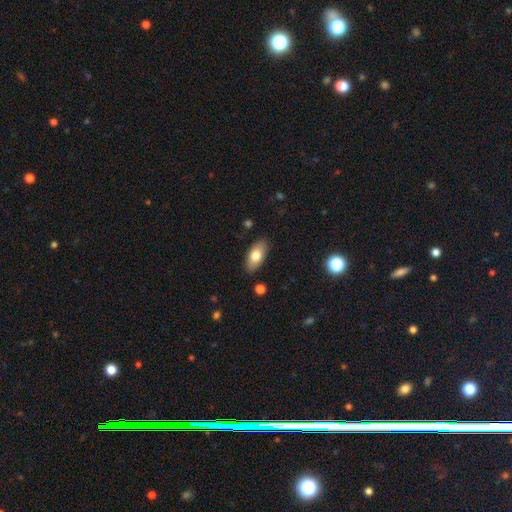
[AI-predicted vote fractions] Q: Smooth or featured?
A: smooth (75%); runner-up: featured or disk (19%)
Q: How rounded?
A: in between (89%); runner-up: cigar-shaped (8%)
Q: Merging?
A: none (87%); runner-up: minor disturbance (10%)